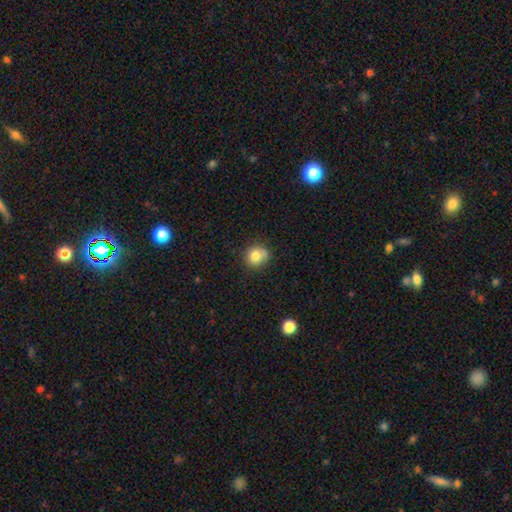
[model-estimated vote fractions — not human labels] A smooth galaxy with no disk features (80%) that is round (80%).

Vote fractions:
- Smooth or featured? smooth: 80% / featured or disk: 10% / star or artifact: 10%
- How rounded? round: 80% / in between: 19% / cigar-shaped: 1%
- Merging? none: 64% / minor disturbance: 22% / merger: 8% / major disturbance: 6%